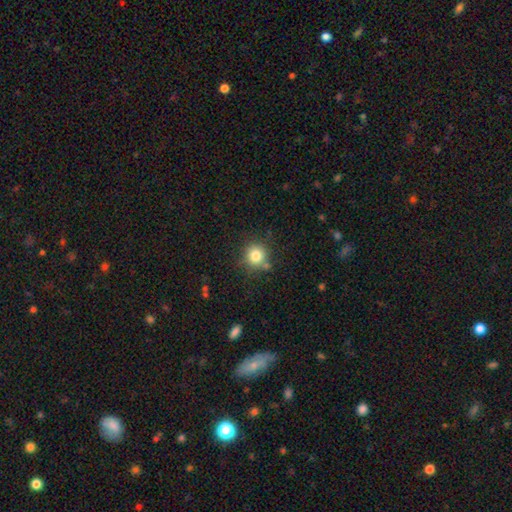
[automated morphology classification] smooth 81%, star or artifact 12%, featured or disk 7%. Down the decision tree: how rounded — round (92%); merging — none (78%).